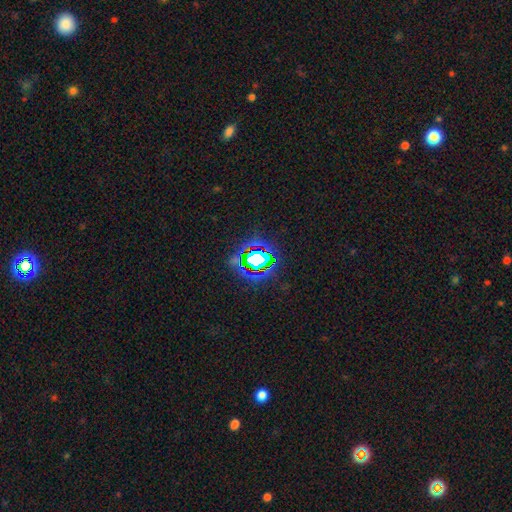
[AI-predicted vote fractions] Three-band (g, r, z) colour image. It shows a star or artifact, not a galaxy (66%).